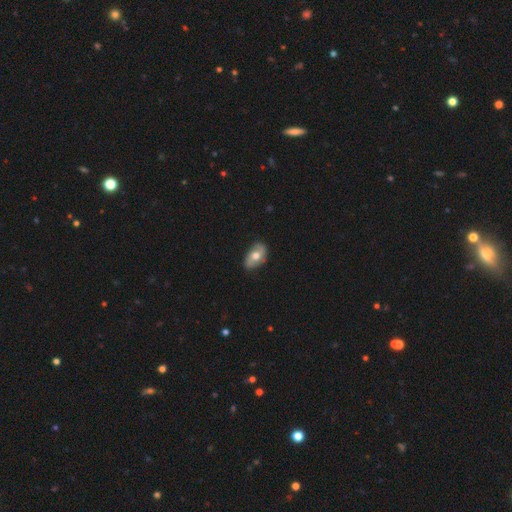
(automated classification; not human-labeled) smooth_or_featured: smooth (p=0.48) [alt: featured or disk p=0.45]
merging: none (p=0.73) [alt: minor disturbance p=0.21]